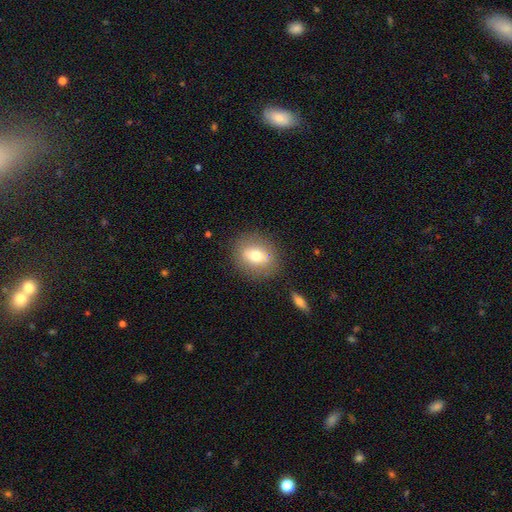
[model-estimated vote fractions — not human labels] A smooth galaxy with no disk features (68%) that is in between round and cigar-shaped (51%).

Vote fractions:
- Smooth or featured? smooth: 68% / featured or disk: 24% / star or artifact: 9%
- How rounded? in between: 51% / round: 47% / cigar-shaped: 2%
- Merging? none: 83% / minor disturbance: 11% / major disturbance: 4% / merger: 2%